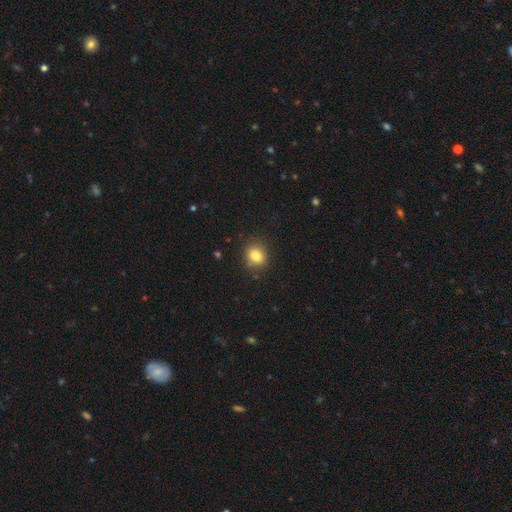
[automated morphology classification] Smooth or featured? smooth (84%)
How rounded? round (64%)
Merging? none (82%)